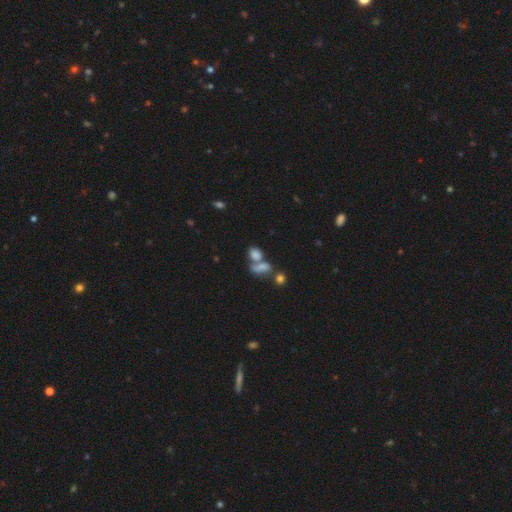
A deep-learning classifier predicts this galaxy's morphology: type=smooth (71%); roundness=in between (64%); merging=merger (51%).